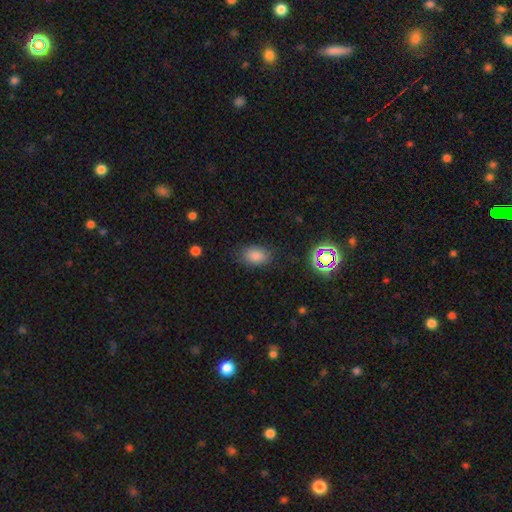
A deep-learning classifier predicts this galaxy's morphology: Smooth or featured?
  - smooth: 81% *
  - star or artifact: 13%
  - featured or disk: 7%
How rounded?
  - in between: 84% *
  - round: 14%
  - cigar-shaped: 1%
Merging?
  - none: 77% *
  - minor disturbance: 16%
  - major disturbance: 5%
  - merger: 2%